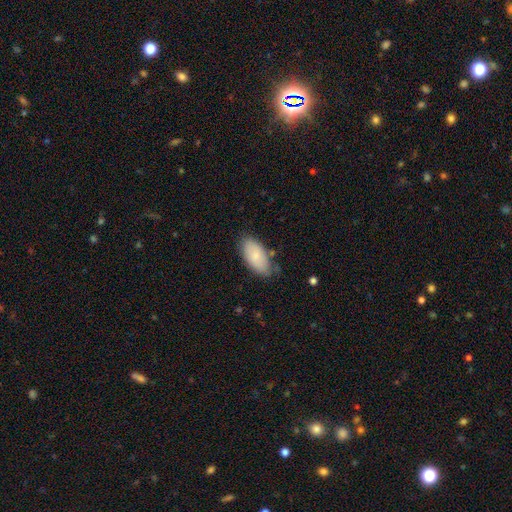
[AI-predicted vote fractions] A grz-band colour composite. It shows a smooth galaxy with no disk features (79%) that is in between round and cigar-shaped (94%). Merging: none (73%).